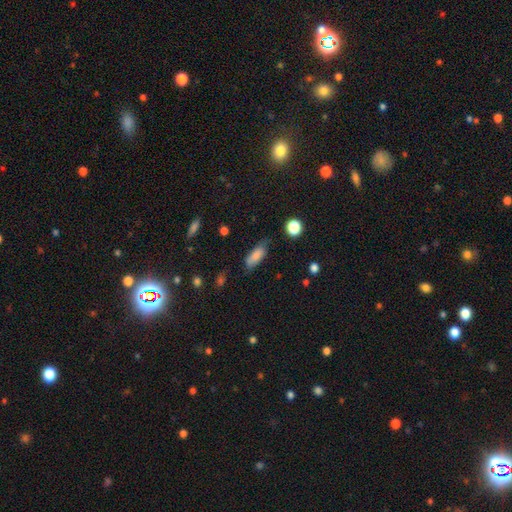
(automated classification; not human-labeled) smooth 79%, featured or disk 13%, star or artifact 8%. Down the decision tree: how rounded — in between (72%); merging — none (64%).